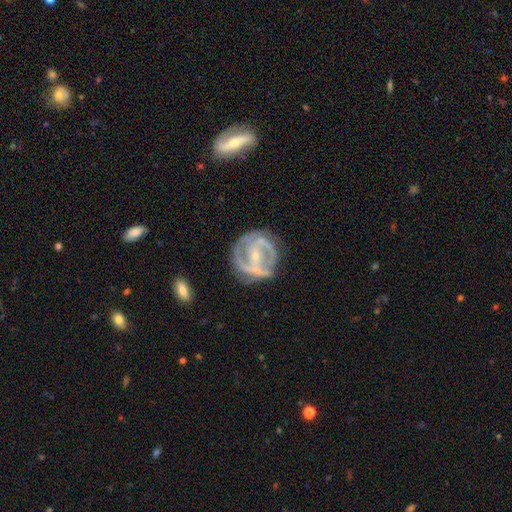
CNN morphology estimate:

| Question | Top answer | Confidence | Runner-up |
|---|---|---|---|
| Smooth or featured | featured or disk | 86% | smooth (8%) |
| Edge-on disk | no | 97% | yes (3%) |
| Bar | strong | 37% | weak (32%) |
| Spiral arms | yes | 88% | no (12%) |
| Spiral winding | tight | 44% | medium (43%) |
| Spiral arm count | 2 | 64% | can't tell (14%) |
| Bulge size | small | 76% | moderate (20%) |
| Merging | none | 67% | minor disturbance (19%) |